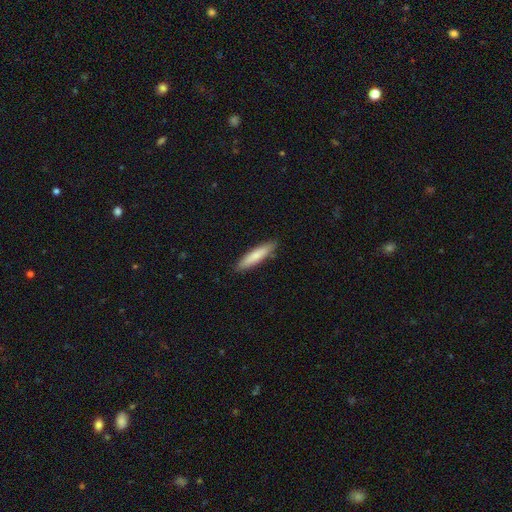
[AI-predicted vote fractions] Q: Smooth or featured?
A: smooth (77%); runner-up: featured or disk (18%)
Q: How rounded?
A: cigar-shaped (81%); runner-up: in between (18%)
Q: Merging?
A: none (87%); runner-up: minor disturbance (10%)